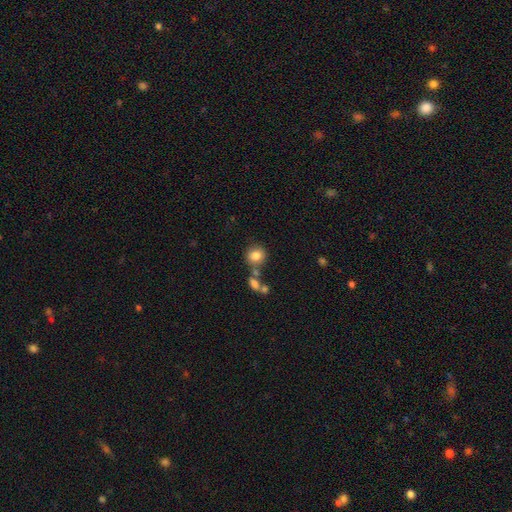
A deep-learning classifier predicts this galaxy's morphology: type=smooth (82%); roundness=round (80%); merging=none (66%).